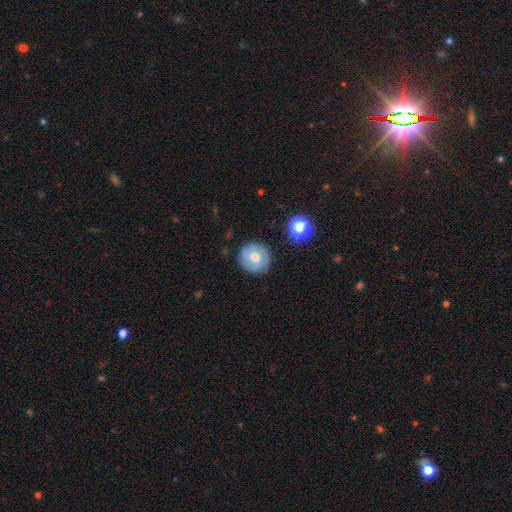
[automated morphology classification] smooth_or_featured: featured or disk (p=0.48) [alt: smooth p=0.43]
merging: none (p=0.82) [alt: minor disturbance p=0.12]